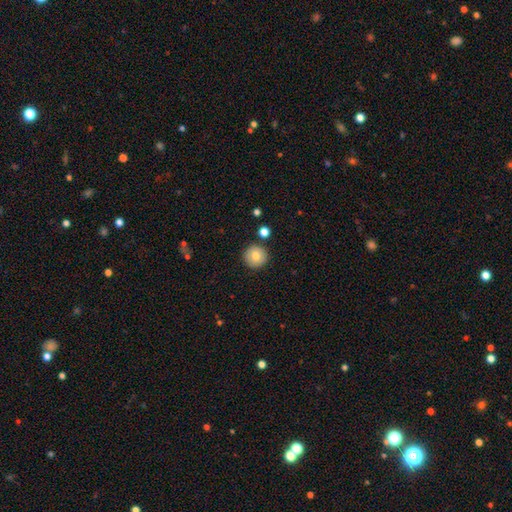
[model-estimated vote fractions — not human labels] This is likely a smooth galaxy (78%). How rounded: clearly round (96%). Merging: clearly none (89%).